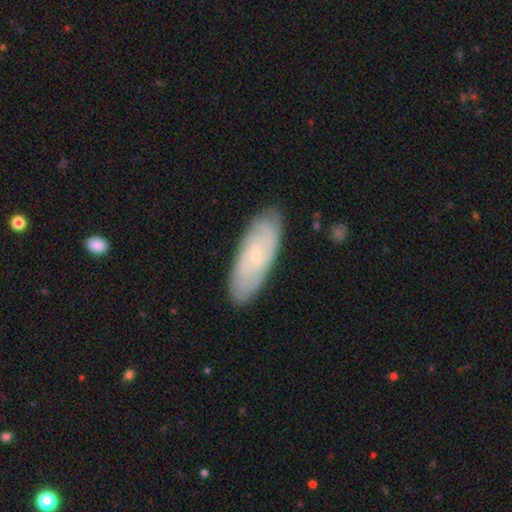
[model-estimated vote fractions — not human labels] Smooth or featured? featured or disk (54%)
Edge-on disk? no (84%)
Merging? none (84%)